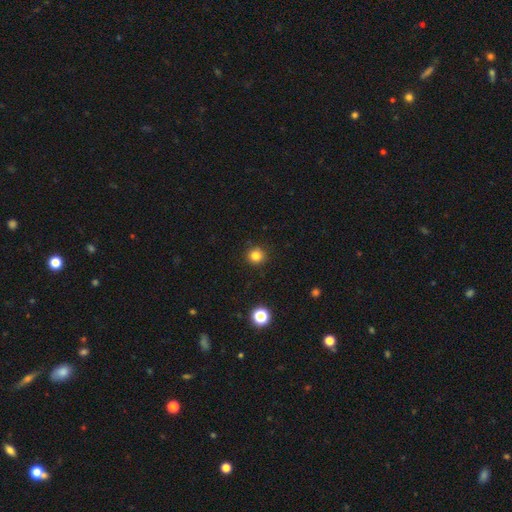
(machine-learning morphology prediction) This appears to be a smooth galaxy with no disk features (82%) that is round (93%). Merging: none (91%).